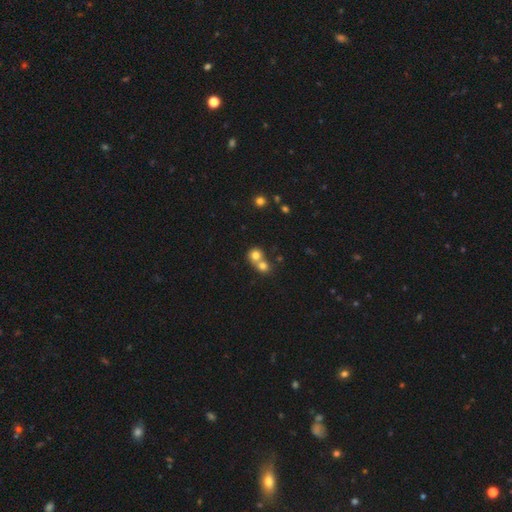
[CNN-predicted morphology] Smooth or featured? smooth (75%)
How rounded? round (85%)
Merging? merger (59%)